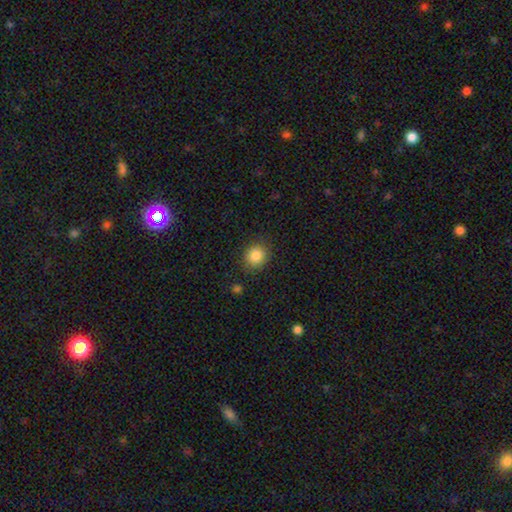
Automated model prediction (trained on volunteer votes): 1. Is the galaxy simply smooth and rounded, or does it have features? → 85% smooth, 10% star or artifact, 5% featured or disk.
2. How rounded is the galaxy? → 80% round, 20% in between, 1% cigar-shaped.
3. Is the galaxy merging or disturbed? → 85% none, 10% minor disturbance, 3% major disturbance, 2% merger.